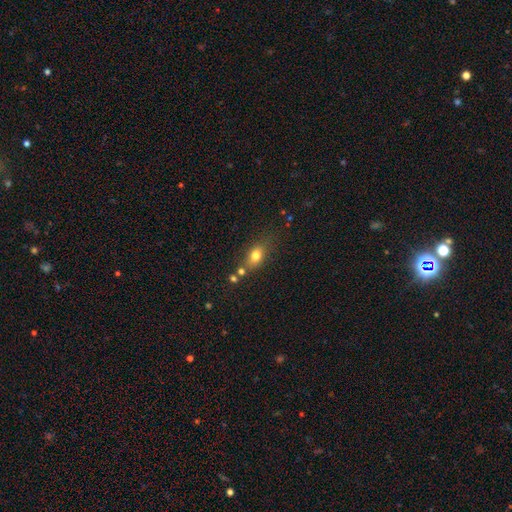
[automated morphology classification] Q: Smooth or featured?
A: smooth (75%); runner-up: featured or disk (13%)
Q: How rounded?
A: in between (67%); runner-up: round (27%)
Q: Merging?
A: none (63%); runner-up: minor disturbance (18%)